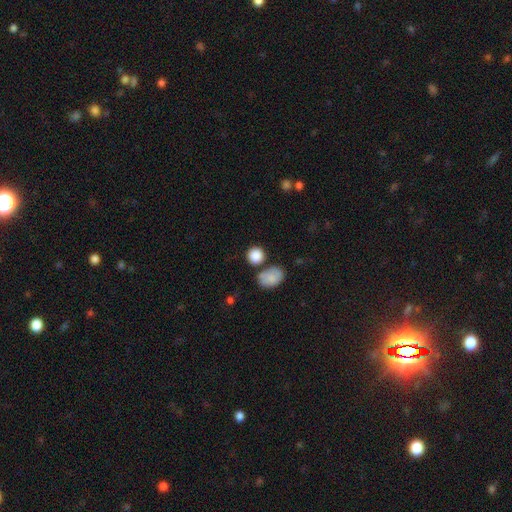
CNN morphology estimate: type=smooth (87%); roundness=round (83%); merging=none (67%).